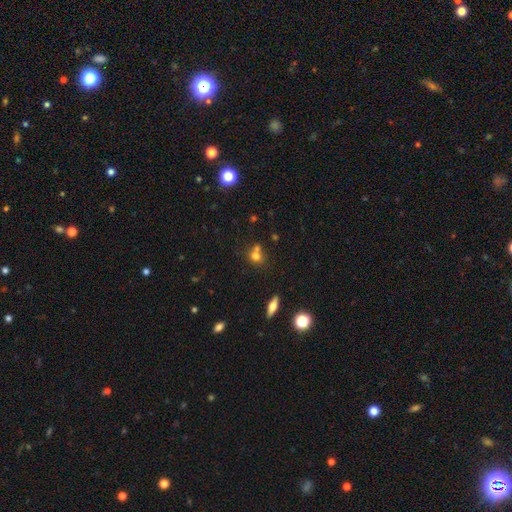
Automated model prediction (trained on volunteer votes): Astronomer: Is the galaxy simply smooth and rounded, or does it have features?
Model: smooth — 70%.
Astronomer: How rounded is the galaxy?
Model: round — 75%.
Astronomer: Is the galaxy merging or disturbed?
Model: none — 44% (runner-up: merger, 43%).